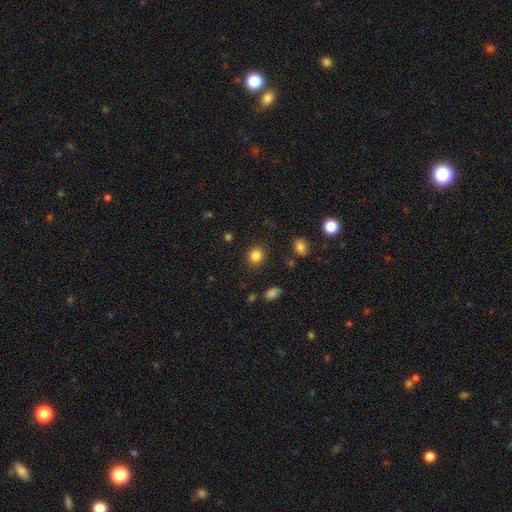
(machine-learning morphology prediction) This is clearly a smooth galaxy (84%). How rounded: clearly round (80%). Merging: clearly none (89%).